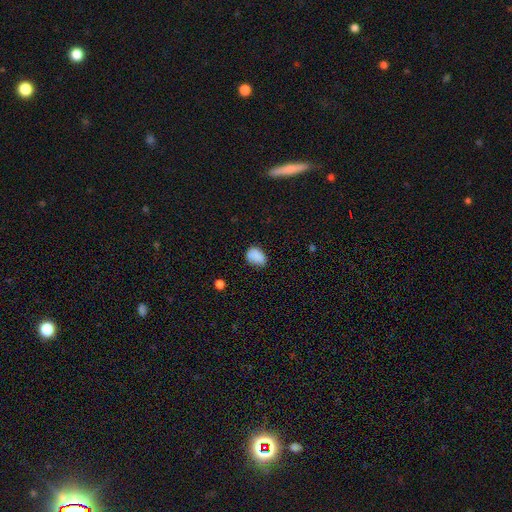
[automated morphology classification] Q: Smooth or featured?
A: smooth (85%); runner-up: star or artifact (9%)
Q: How rounded?
A: in between (71%); runner-up: round (28%)
Q: Merging?
A: none (68%); runner-up: minor disturbance (25%)